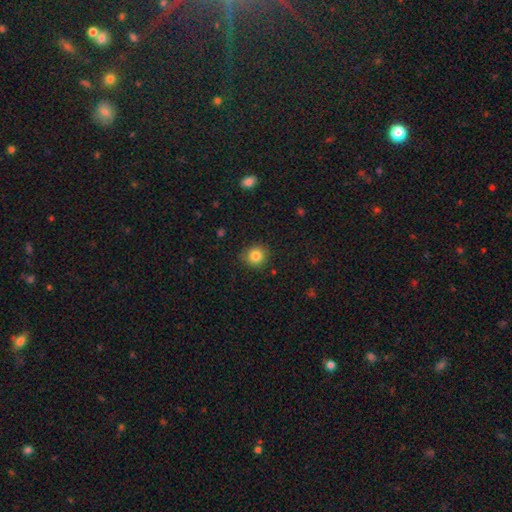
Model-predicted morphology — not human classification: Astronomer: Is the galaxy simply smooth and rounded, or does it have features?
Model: smooth — 84%.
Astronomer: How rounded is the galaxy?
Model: round — 89%.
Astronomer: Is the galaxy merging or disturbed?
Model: none — 86%.